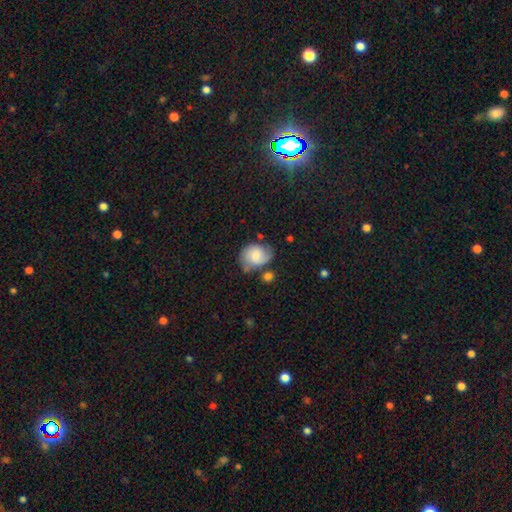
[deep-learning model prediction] This appears to be a featured or disk galaxy (46%, tied with smooth). Merging: none (55%).